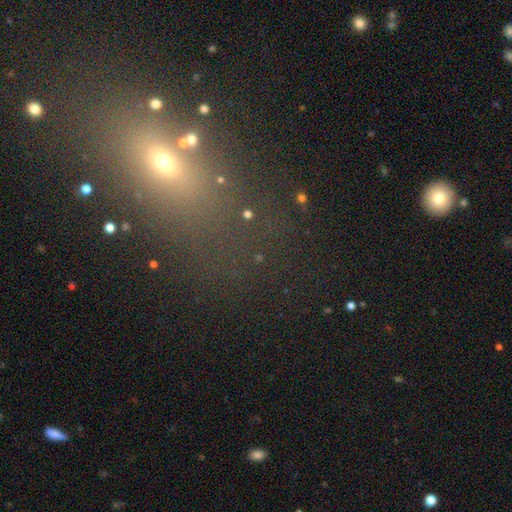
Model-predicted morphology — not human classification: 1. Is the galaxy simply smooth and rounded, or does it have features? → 44% smooth, 39% star or artifact, 17% featured or disk.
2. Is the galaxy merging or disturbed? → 76% none, 11% minor disturbance, 7% major disturbance, 6% merger.